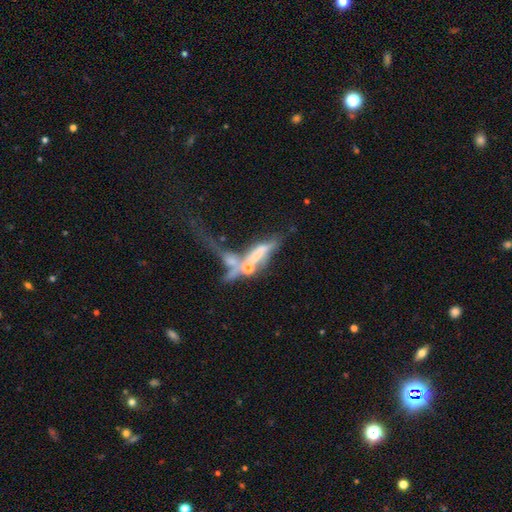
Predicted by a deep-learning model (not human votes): Morphology: type=featured or disk (54%); edge-on=no (58%); merging=merger (51%).